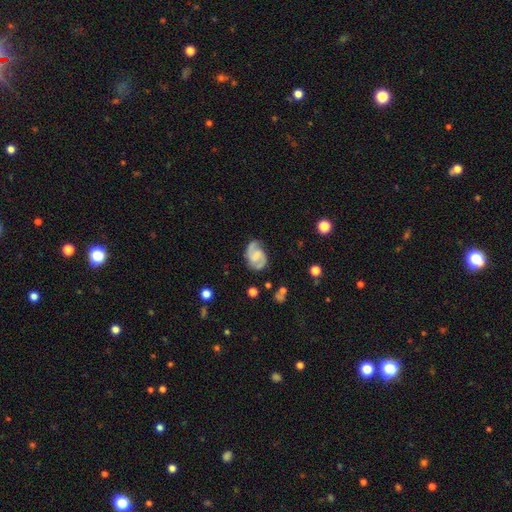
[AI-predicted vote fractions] Smooth or featured: featured or disk — 80% (smooth — 14%)
Edge-on disk: no — 98% (yes — 2%)
Bar: weak — 49% (no — 35%)
Spiral arms: yes — 95% (no — 5%)
Spiral winding: medium — 53% (tight — 25%)
Spiral arm count: 2 — 90% (can't tell — 4%)
Bulge size: none — 40% (small — 31%)
Merging: none — 75% (minor disturbance — 17%)